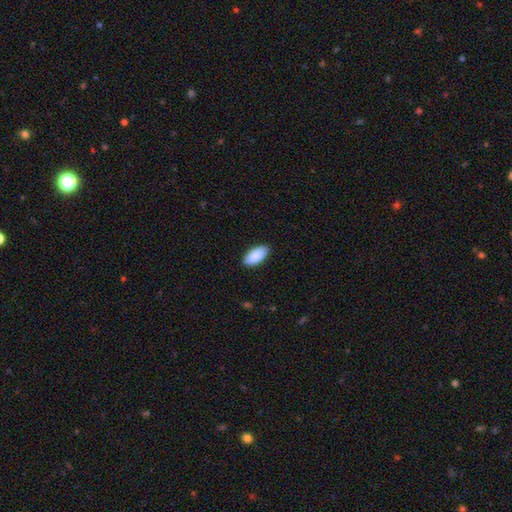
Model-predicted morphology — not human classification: The model was most divided on "merging": none: 89%, minor disturbance: 9%, major disturbance: 2%, merger: 1%. More confident: how rounded — in between (93%); smooth or featured — smooth (90%).